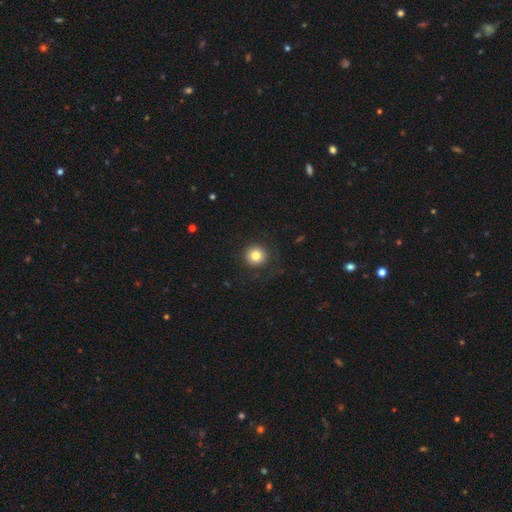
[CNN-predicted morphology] smooth 80%, star or artifact 11%, featured or disk 9%. Down the decision tree: how rounded — round (96%); merging — none (88%).